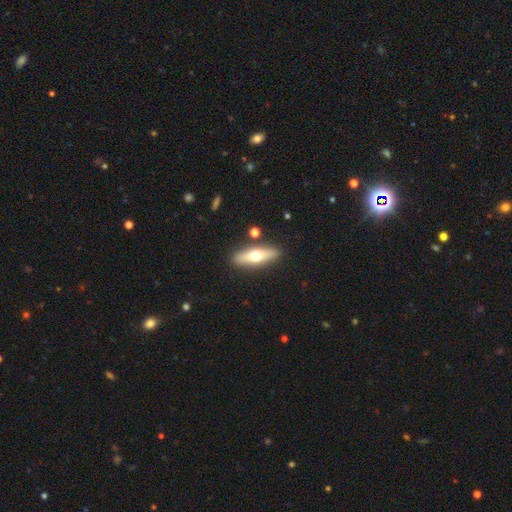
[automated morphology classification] This appears to be a smooth galaxy with no disk features (48%). Merging: none (87%).